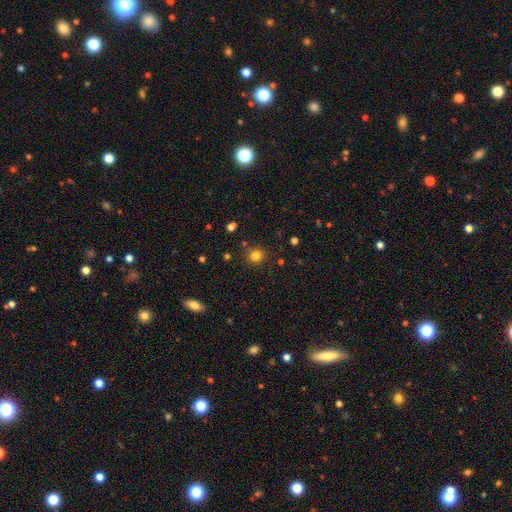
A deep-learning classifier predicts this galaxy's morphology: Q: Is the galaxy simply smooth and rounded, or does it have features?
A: smooth — 81%.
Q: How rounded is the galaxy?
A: round — 86%.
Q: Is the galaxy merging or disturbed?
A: none — 86%.